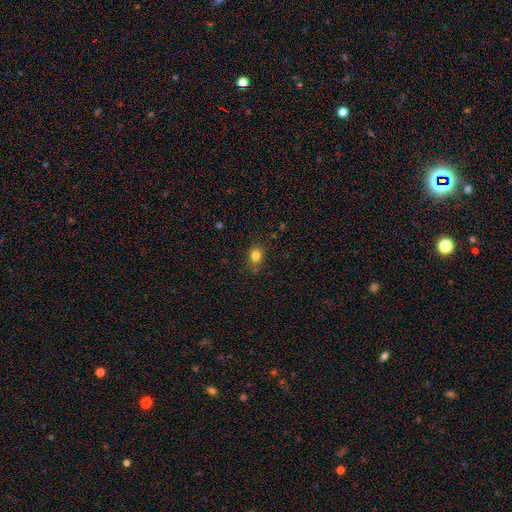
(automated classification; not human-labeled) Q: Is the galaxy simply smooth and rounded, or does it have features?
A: smooth — 82%.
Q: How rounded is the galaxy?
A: round — 56%.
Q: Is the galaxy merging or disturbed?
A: none — 82%.